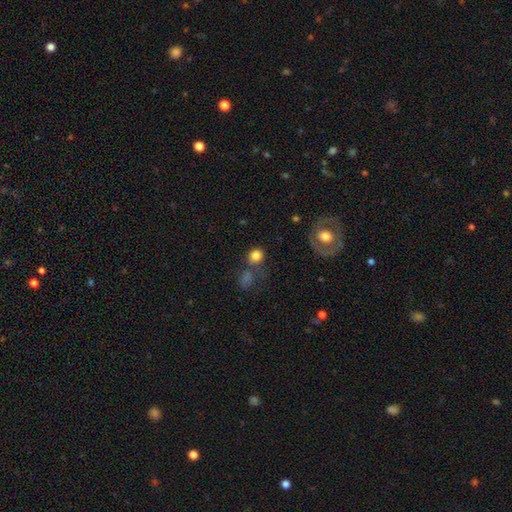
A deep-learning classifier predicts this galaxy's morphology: Smooth or featured?
  - smooth: 82% *
  - star or artifact: 10%
  - featured or disk: 8%
How rounded?
  - round: 82% *
  - in between: 17%
  - cigar-shaped: 1%
Merging?
  - none: 60% *
  - merger: 20%
  - minor disturbance: 13%
  - major disturbance: 7%